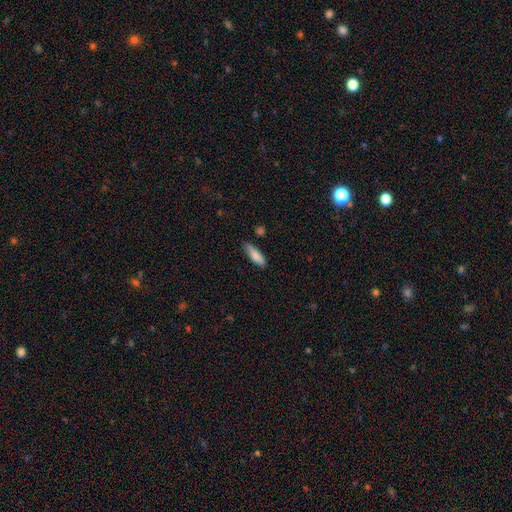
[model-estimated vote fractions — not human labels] Smooth or featured: smooth — 85% (featured or disk — 9%)
How rounded: in between — 49% (tied with cigar-shaped — 49%)
Merging: none — 76% (minor disturbance — 19%)